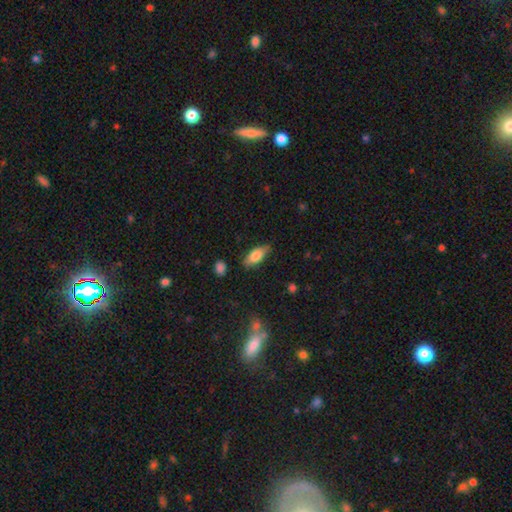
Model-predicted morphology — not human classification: Q: Smooth or featured?
A: smooth (76%); runner-up: featured or disk (17%)
Q: How rounded?
A: in between (80%); runner-up: cigar-shaped (17%)
Q: Merging?
A: none (79%); runner-up: minor disturbance (17%)